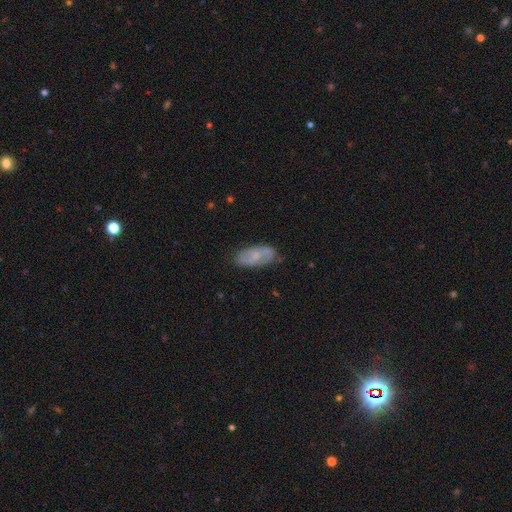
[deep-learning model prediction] This appears to be a smooth galaxy with no disk features (47%). Merging: none (72%).